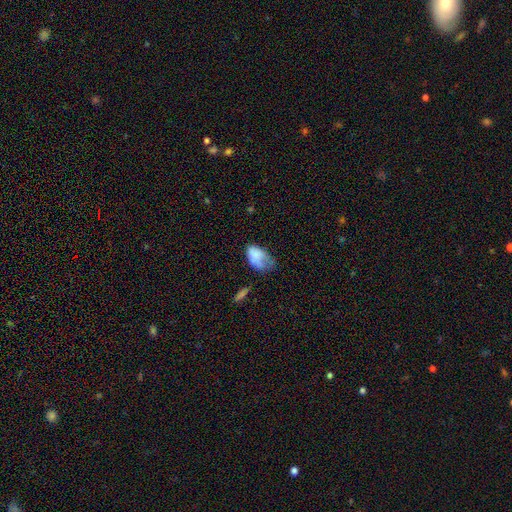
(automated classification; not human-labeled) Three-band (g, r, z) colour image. It shows a smooth galaxy with no disk features (75%) that is in between round and cigar-shaped (90%). Merging: minor disturbance (37%).